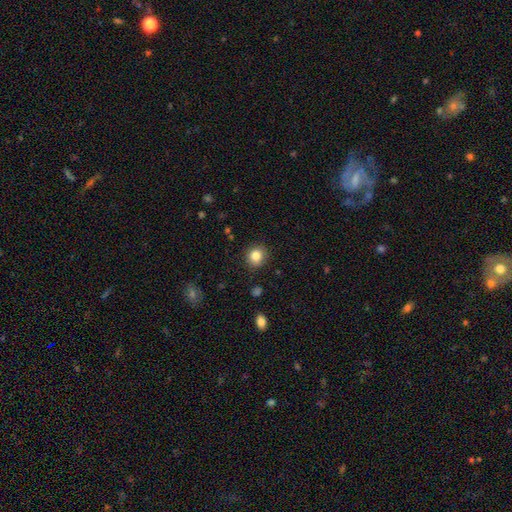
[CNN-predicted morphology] smooth-or-featured: smooth: 84% | star or artifact: 10% | featured or disk: 5%
  how-rounded: round: 83% | in between: 17% | cigar-shaped: 1%
  merging: none: 87% | minor disturbance: 9% | major disturbance: 3% | merger: 1%